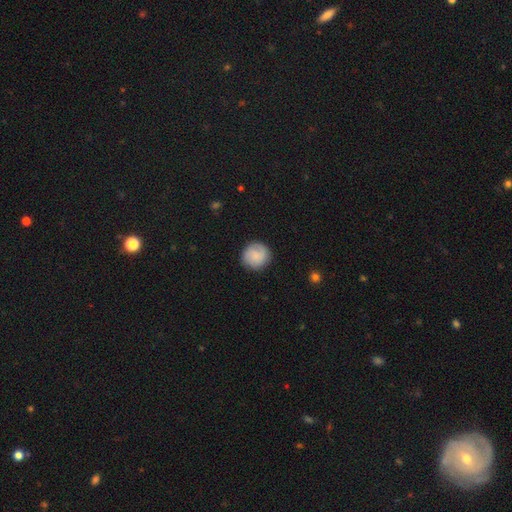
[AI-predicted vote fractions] smooth 67%, featured or disk 26%, star or artifact 7%. Down the decision tree: how rounded — round (93%); merging — none (86%).